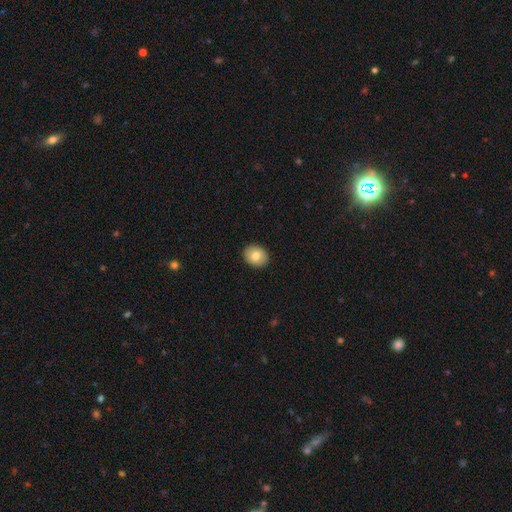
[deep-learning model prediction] Morphology: type=smooth (78%); roundness=round (54%); merging=none (91%).